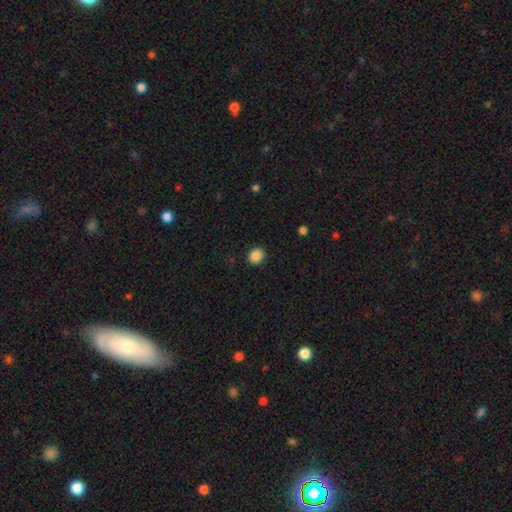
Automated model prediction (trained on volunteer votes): Smooth or featured? Predicted: smooth (p=0.87). How rounded? Predicted: round (p=0.75). Merging? Predicted: none (p=0.90).